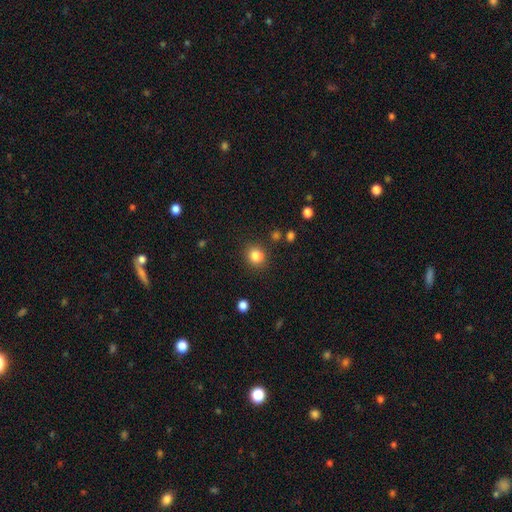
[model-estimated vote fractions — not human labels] A smooth galaxy with no disk features (83%) that is round (78%).

Vote fractions:
- Smooth or featured? smooth: 83% / star or artifact: 11% / featured or disk: 5%
- How rounded? round: 78% / in between: 21% / cigar-shaped: 1%
- Merging? none: 82% / minor disturbance: 10% / merger: 4% / major disturbance: 3%